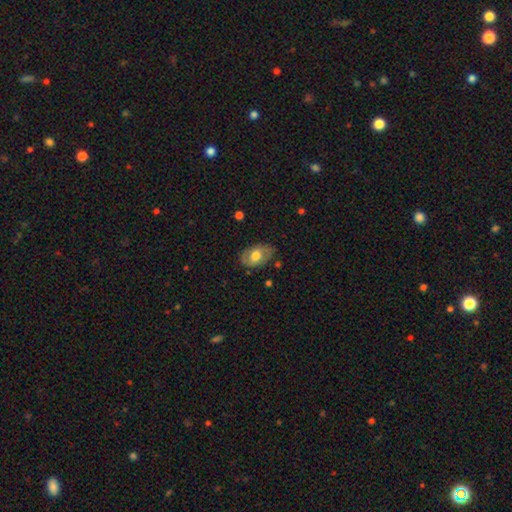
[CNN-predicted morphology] Smooth or featured? smooth (57%)
How rounded? in between (86%)
Merging? none (78%)